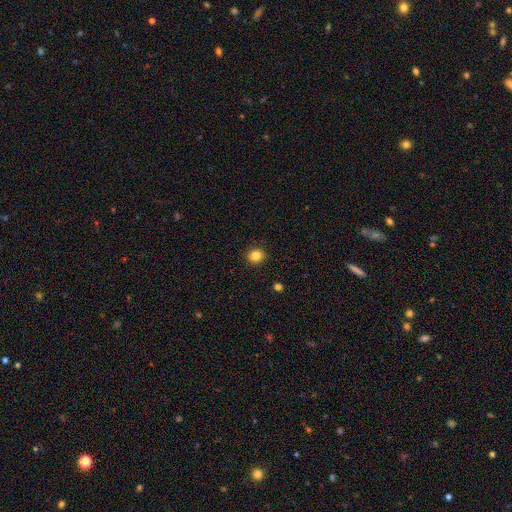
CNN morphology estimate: Smooth or featured: smooth — 85% (star or artifact — 11%)
How rounded: round — 78% (in between — 21%)
Merging: none — 91% (minor disturbance — 6%)